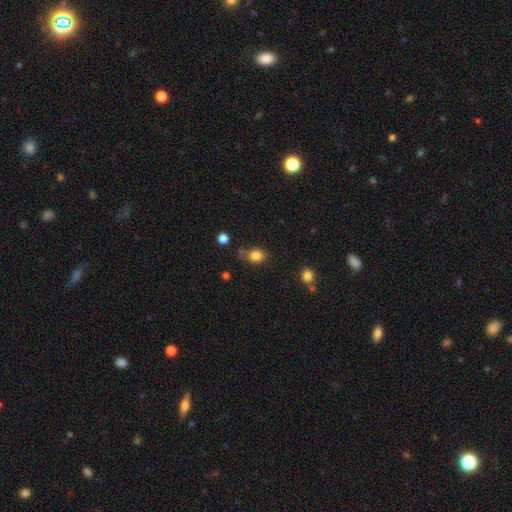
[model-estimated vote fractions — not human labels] Smooth or featured? Predicted: smooth (p=0.83). How rounded? Predicted: round (p=0.53). Merging? Predicted: none (p=0.70).